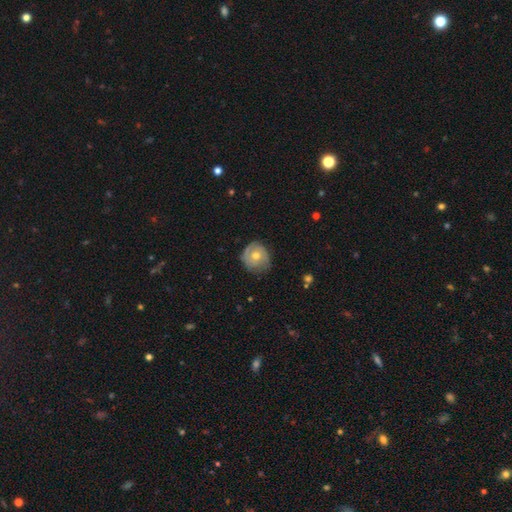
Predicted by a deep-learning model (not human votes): Smooth or featured?
  - featured or disk: 54% *
  - smooth: 39%
  - star or artifact: 8%
Edge-on disk?
  - no: 96% *
  - yes: 4%
Bar?
  - no: 83% *
  - weak: 14%
  - strong: 3%
Spiral arms?
  - yes: 73% *
  - no: 27%
Bulge size?
  - moderate: 70% *
  - small: 26%
  - large: 3%
  - none: 1%
  - dominant: 1%
Merging?
  - none: 71% *
  - minor disturbance: 22%
  - major disturbance: 5%
  - merger: 1%